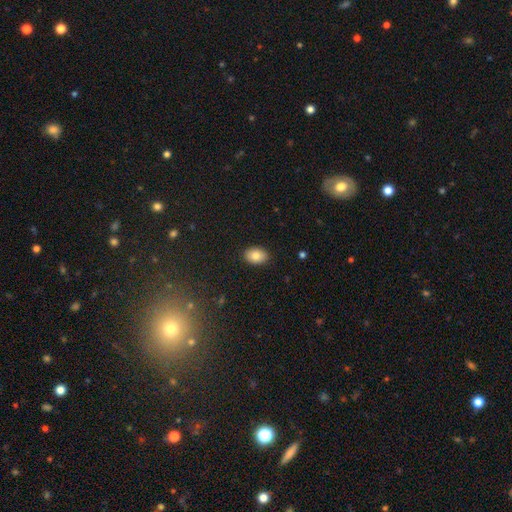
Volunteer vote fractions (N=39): This appears to be a smooth galaxy with no disk features (90%) that is in between round and cigar-shaped (86%). Merging: none (89%).